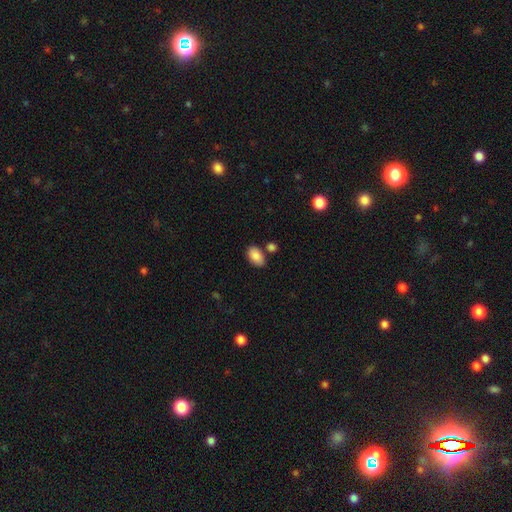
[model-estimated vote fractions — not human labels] Smooth or featured? smooth (88%)
How rounded? in between (93%)
Merging? none (73%)